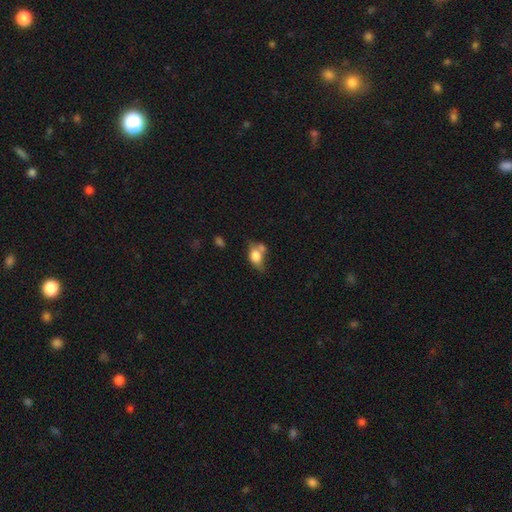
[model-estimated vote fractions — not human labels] This appears to be a smooth galaxy with no disk features (71%) that is in between round and cigar-shaped (74%). Merging: none (35%).